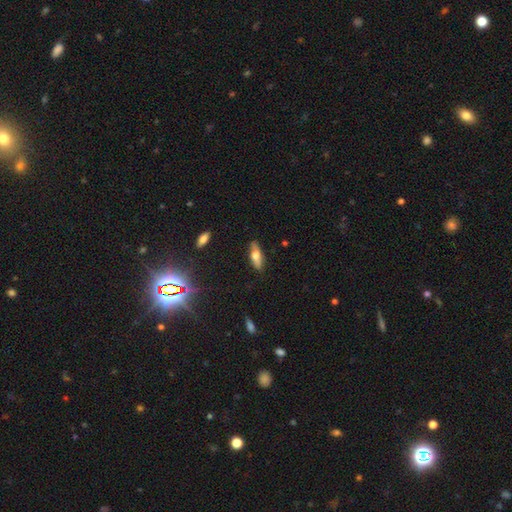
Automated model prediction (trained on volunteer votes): Smooth or featured? smooth (58%)
How rounded? in between (56%)
Merging? none (82%)